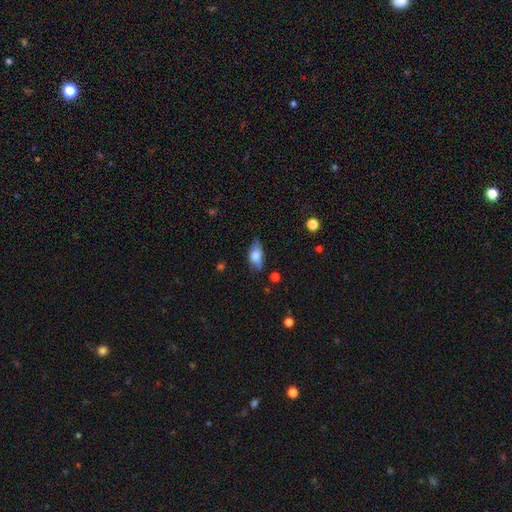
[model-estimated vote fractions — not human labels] smooth-or-featured: smooth: 63% | featured or disk: 29% | star or artifact: 8%
  how-rounded: in between: 83% | cigar-shaped: 11% | round: 6%
  merging: none: 62% | minor disturbance: 28% | major disturbance: 7% | merger: 3%